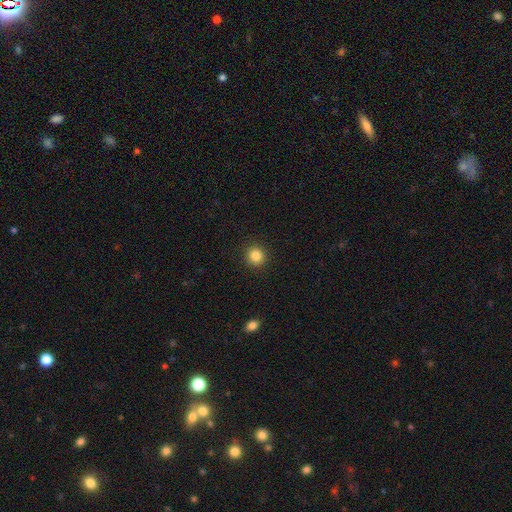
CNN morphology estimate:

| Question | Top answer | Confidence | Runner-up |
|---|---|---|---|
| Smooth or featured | smooth | 84% | star or artifact (11%) |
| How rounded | round | 91% | in between (8%) |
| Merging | none | 92% | minor disturbance (5%) |